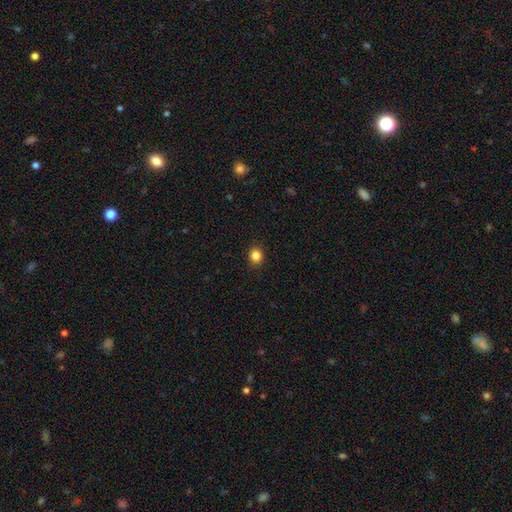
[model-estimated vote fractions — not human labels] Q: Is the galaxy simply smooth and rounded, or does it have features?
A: smooth — 85%.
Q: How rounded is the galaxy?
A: round — 82%.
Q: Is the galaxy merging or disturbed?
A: none — 92%.